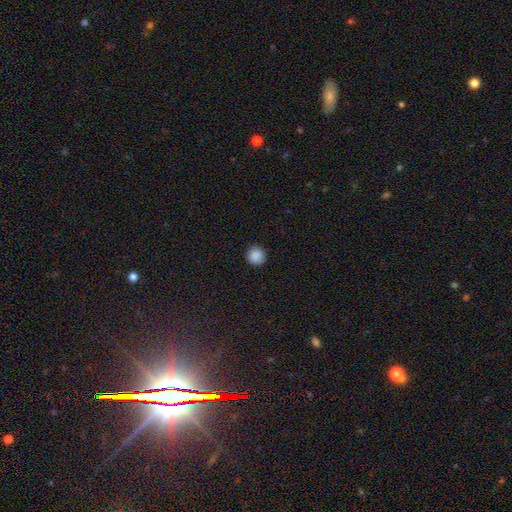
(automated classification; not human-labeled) The model was most divided on "smooth or featured": smooth: 88%, star or artifact: 9%, featured or disk: 2%. More confident: how rounded — round (95%); merging — none (92%).